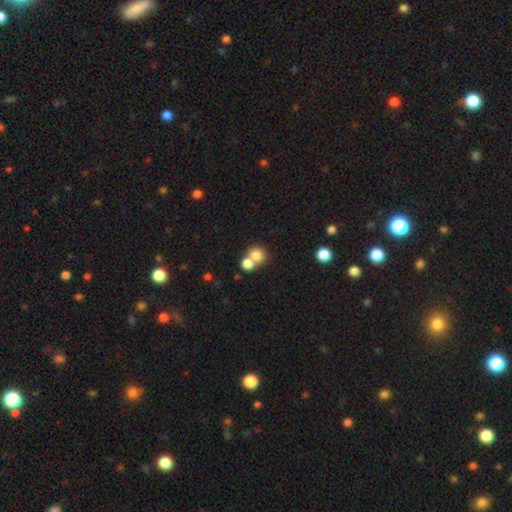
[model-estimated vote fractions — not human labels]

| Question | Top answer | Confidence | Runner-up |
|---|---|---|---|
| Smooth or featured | smooth | 80% | star or artifact (10%) |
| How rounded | round | 80% | in between (19%) |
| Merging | merger | 51% | none (40%) |